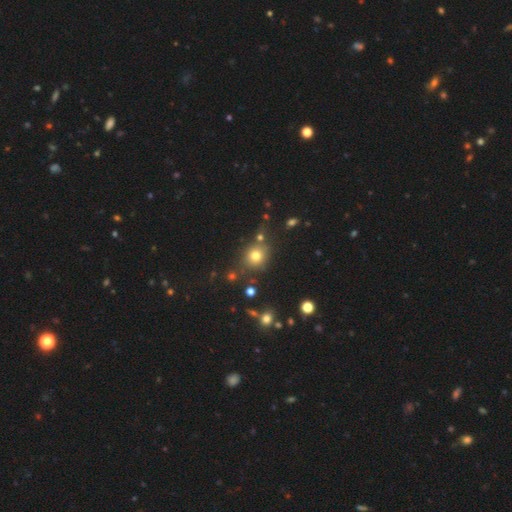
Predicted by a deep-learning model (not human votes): smooth-or-featured: smooth: 76% | star or artifact: 15% | featured or disk: 9%
  how-rounded: round: 77% | in between: 22% | cigar-shaped: 1%
  merging: none: 74% | minor disturbance: 12% | merger: 9% | major disturbance: 5%